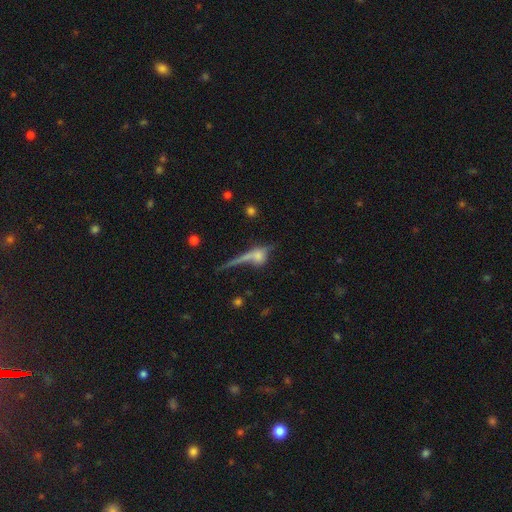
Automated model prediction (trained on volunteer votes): Smooth or featured?
  - smooth: 49% *
  - featured or disk: 37%
  - star or artifact: 14%
Merging?
  - none: 46% *
  - merger: 21%
  - major disturbance: 17%
  - minor disturbance: 16%